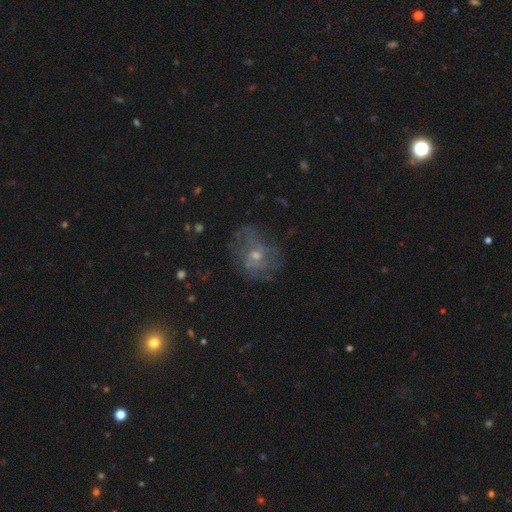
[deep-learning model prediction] Q: Smooth or featured?
A: featured or disk (56%); runner-up: smooth (27%)
Q: Edge-on disk?
A: no (96%); runner-up: yes (4%)
Q: Bar?
A: no (72%); runner-up: weak (24%)
Q: Spiral arms?
A: yes (63%); runner-up: no (37%)
Q: Bulge size?
A: small (53%); runner-up: moderate (41%)
Q: Merging?
A: none (62%); runner-up: minor disturbance (20%)